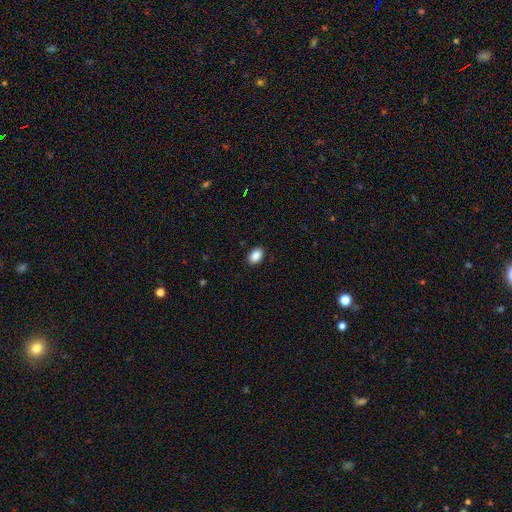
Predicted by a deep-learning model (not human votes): Smooth or featured? smooth (89%)
How rounded? in between (86%)
Merging? none (89%)